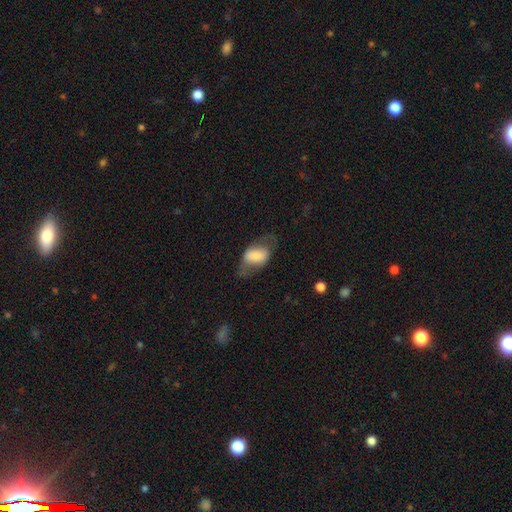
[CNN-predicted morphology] type=smooth (58%); roundness=in between (87%); merging=none (52%).